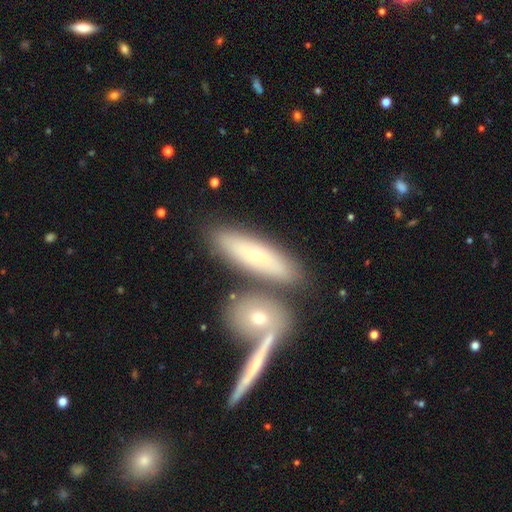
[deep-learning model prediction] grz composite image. It shows a smooth galaxy with no disk features (53%) that is cigar-shaped (57%). Merging: none (67%).